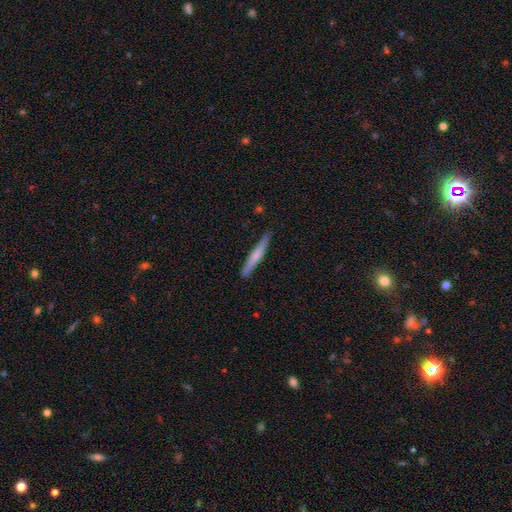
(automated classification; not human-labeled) A smooth galaxy with no disk features (61%) that is cigar-shaped (95%).

Vote fractions:
- Smooth or featured? smooth: 61% / featured or disk: 34% / star or artifact: 5%
- How rounded? cigar-shaped: 95% / in between: 4% / round: 1%
- Merging? none: 88% / minor disturbance: 9% / major disturbance: 2% / merger: 1%